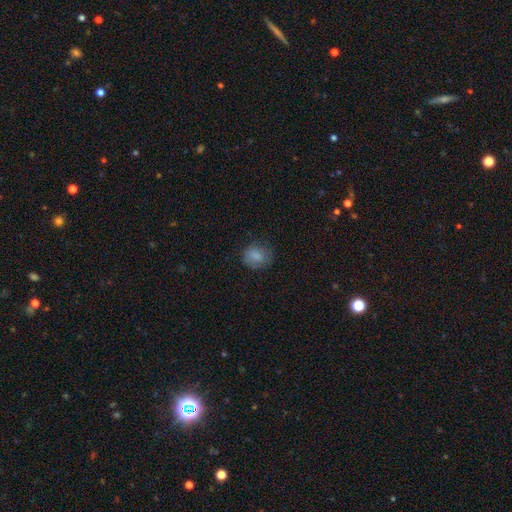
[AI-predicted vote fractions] Q: Smooth or featured?
A: smooth (82%); runner-up: star or artifact (10%)
Q: How rounded?
A: round (65%); runner-up: in between (34%)
Q: Merging?
A: none (70%); runner-up: minor disturbance (21%)